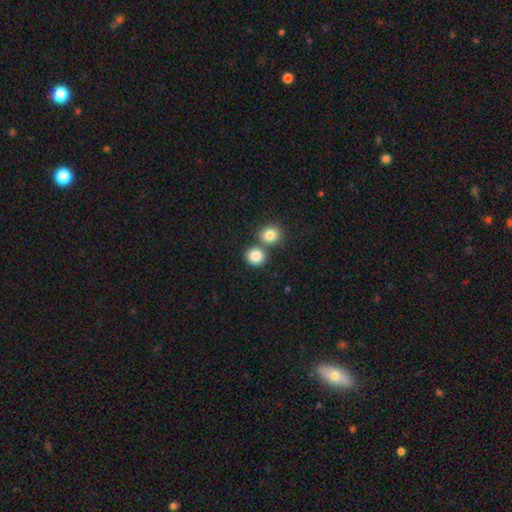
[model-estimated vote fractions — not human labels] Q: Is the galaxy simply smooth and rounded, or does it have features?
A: smooth — 86%.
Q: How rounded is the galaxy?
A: round — 87%.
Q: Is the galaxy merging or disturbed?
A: none — 64%.